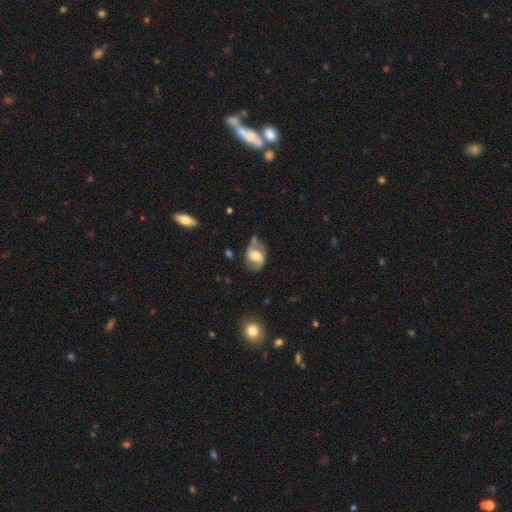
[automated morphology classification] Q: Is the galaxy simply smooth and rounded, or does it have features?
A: featured or disk — 73%.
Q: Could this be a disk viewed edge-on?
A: no — 97%.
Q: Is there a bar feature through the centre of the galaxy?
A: weak — 43%.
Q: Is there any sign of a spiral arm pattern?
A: yes — 90%.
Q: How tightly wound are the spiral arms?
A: loose — 44%.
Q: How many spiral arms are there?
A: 2 — 89%.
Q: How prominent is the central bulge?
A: moderate — 58%.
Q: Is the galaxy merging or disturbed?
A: none — 62%.